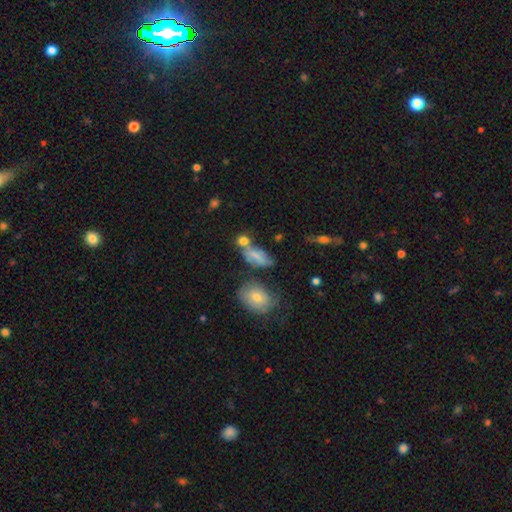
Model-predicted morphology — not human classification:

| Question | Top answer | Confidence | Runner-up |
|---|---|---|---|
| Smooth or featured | smooth | 63% | featured or disk (23%) |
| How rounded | in between | 75% | round (13%) |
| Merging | none | 38% | merger (29%) |